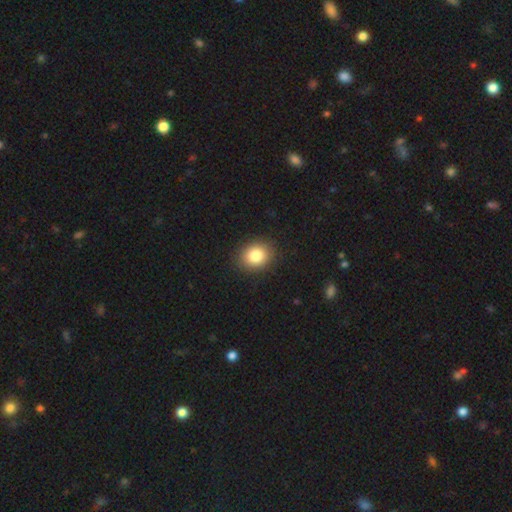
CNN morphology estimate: type=smooth (84%); roundness=round (52%); merging=none (89%).